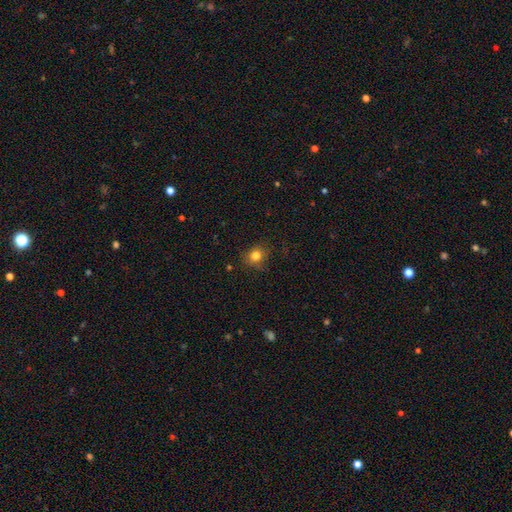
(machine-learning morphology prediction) smooth 81%, star or artifact 13%, featured or disk 6%. Down the decision tree: how rounded — round (78%); merging — none (80%).